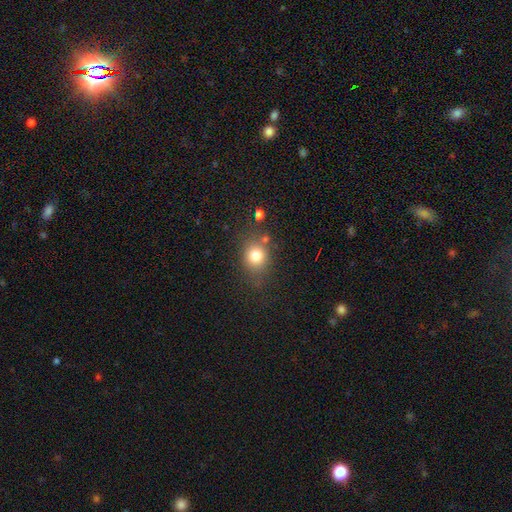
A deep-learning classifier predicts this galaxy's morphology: Smooth or featured?
  - smooth: 80% *
  - star or artifact: 12%
  - featured or disk: 8%
How rounded?
  - round: 70% *
  - in between: 29%
  - cigar-shaped: 1%
Merging?
  - none: 71% *
  - minor disturbance: 16%
  - merger: 7%
  - major disturbance: 6%